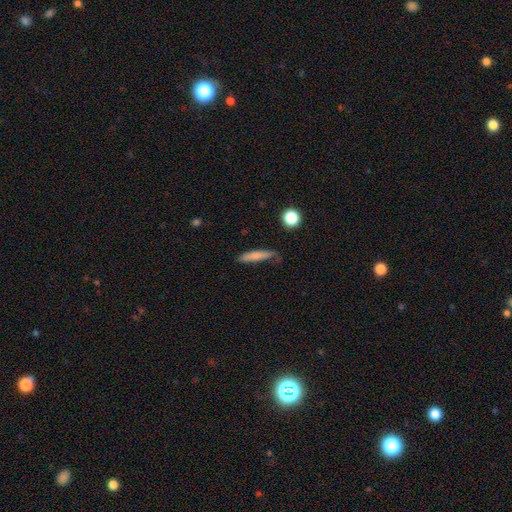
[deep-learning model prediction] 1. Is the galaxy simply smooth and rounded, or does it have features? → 77% smooth, 15% featured or disk, 8% star or artifact.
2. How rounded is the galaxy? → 87% cigar-shaped, 11% in between, 2% round.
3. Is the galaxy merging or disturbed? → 73% none, 21% minor disturbance, 4% major disturbance, 2% merger.